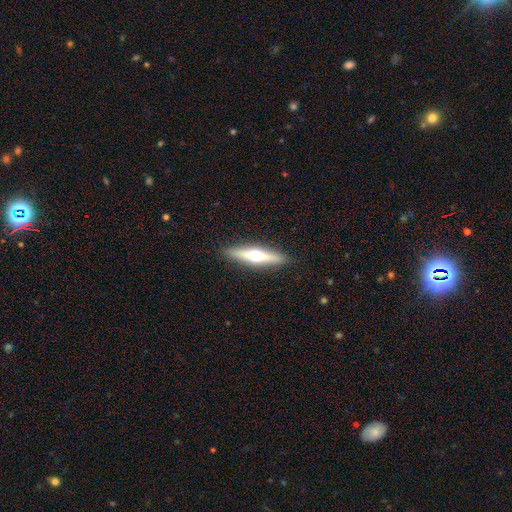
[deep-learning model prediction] smooth-or-featured: featured or disk: 53% | smooth: 41% | star or artifact: 6%
  disk-edge-on: yes: 94% | no: 6%
  merging: none: 90% | minor disturbance: 7% | major disturbance: 2% | merger: 1%